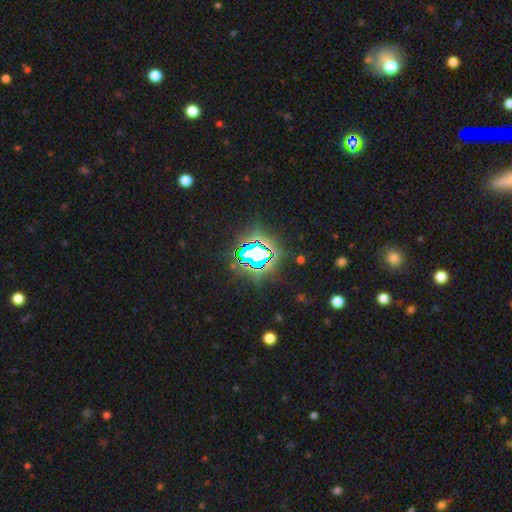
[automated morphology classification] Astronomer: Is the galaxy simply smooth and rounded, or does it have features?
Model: star or artifact — 77%.